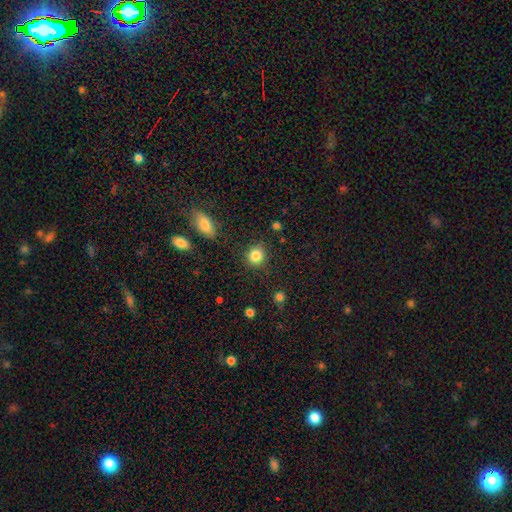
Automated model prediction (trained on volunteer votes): smooth_or_featured: smooth (p=0.85) [alt: star or artifact p=0.10]
how_rounded: round (p=0.86) [alt: in between p=0.12]
merging: none (p=0.88) [alt: minor disturbance p=0.08]